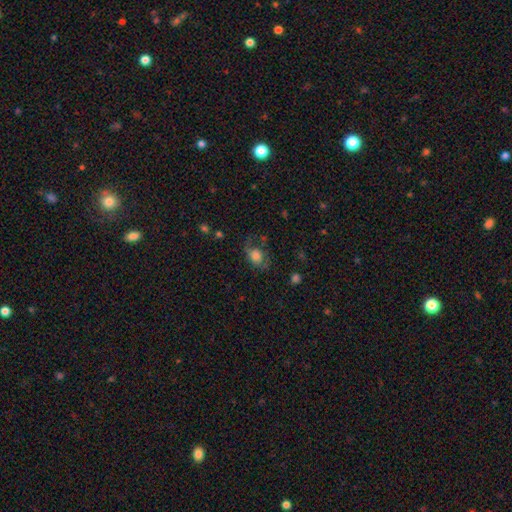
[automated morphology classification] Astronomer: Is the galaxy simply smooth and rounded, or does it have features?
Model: smooth — 59%.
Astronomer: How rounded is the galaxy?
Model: in between — 50% (runner-up: round, 49%).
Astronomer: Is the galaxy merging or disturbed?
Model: none — 47% (runner-up: major disturbance, 26%).